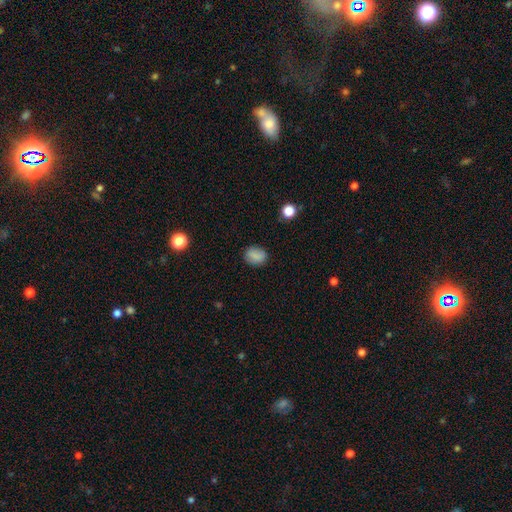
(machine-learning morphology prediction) Smooth or featured?
  - smooth: 85% *
  - star or artifact: 10%
  - featured or disk: 6%
How rounded?
  - in between: 56% *
  - round: 42%
  - cigar-shaped: 1%
Merging?
  - none: 84% *
  - minor disturbance: 12%
  - major disturbance: 3%
  - merger: 1%